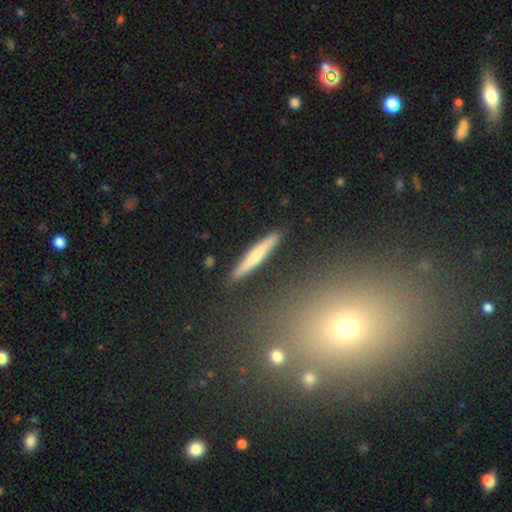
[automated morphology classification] A smooth galaxy with no disk features (58%) that is cigar-shaped (94%).

Vote fractions:
- Smooth or featured? smooth: 58% / featured or disk: 36% / star or artifact: 6%
- How rounded? cigar-shaped: 94% / in between: 5% / round: 2%
- Merging? none: 88% / minor disturbance: 8% / merger: 2% / major disturbance: 2%